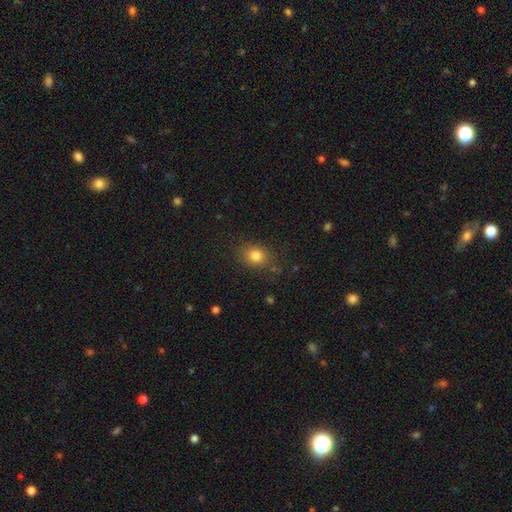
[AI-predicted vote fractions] Smooth or featured: smooth — 81% (star or artifact — 12%)
How rounded: round — 57% (in between — 42%)
Merging: none — 82% (minor disturbance — 12%)